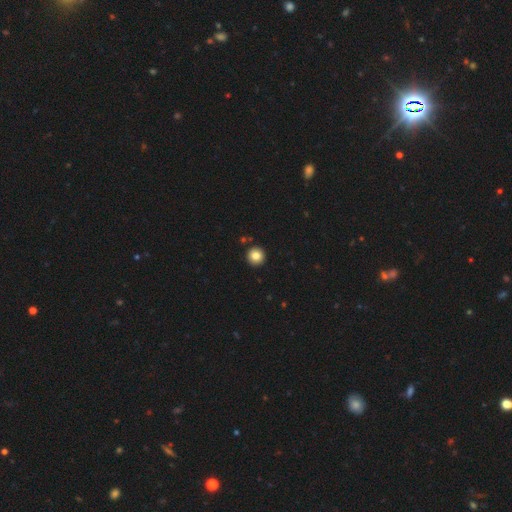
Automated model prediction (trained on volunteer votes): This appears to be a smooth galaxy with no disk features (83%) that is round (95%). Merging: none (91%).